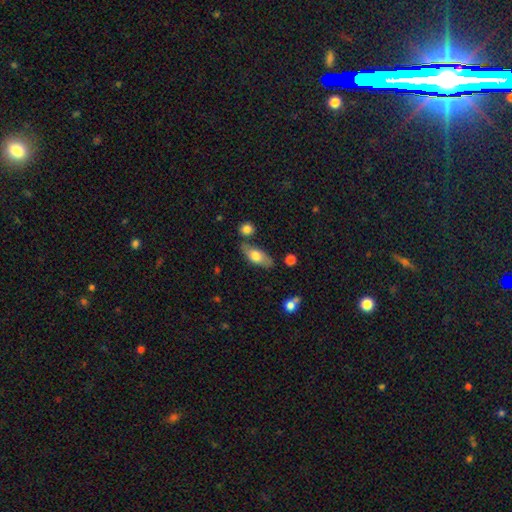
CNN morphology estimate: smooth_or_featured: smooth (p=0.65) [alt: featured or disk p=0.28]
how_rounded: in between (p=0.79) [alt: cigar-shaped p=0.17]
merging: none (p=0.72) [alt: minor disturbance p=0.16]